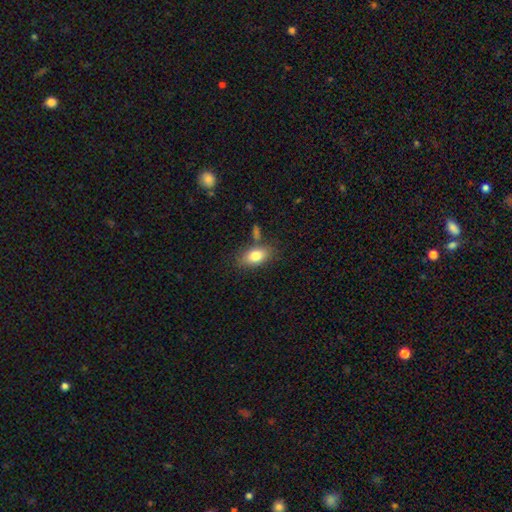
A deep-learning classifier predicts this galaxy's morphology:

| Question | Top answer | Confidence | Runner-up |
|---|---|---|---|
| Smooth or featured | smooth | 81% | featured or disk (11%) |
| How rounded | in between | 88% | round (8%) |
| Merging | none | 71% | minor disturbance (15%) |